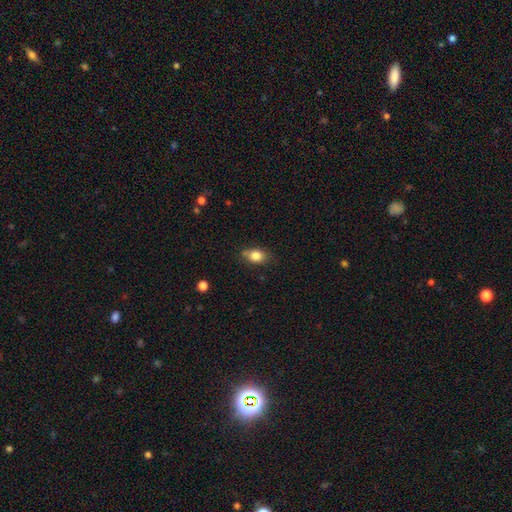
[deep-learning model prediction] This appears to be a smooth galaxy with no disk features (83%) that is in between round and cigar-shaped (75%). Merging: none (69%).